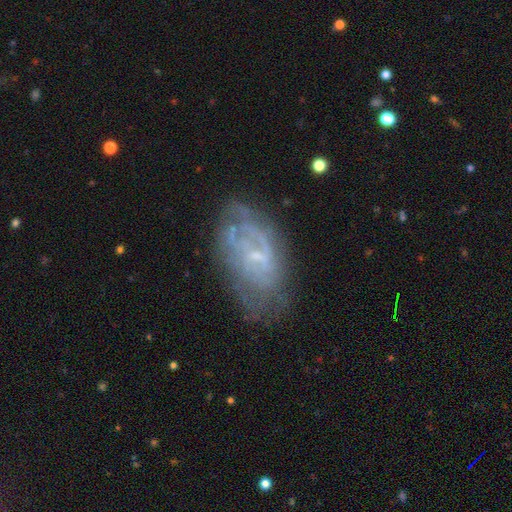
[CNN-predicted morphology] type=featured or disk (70%); edge-on=no (95%); bar=weak (46%); spiral arms=yes (65%); bulge=small (65%); merging=none (59%).